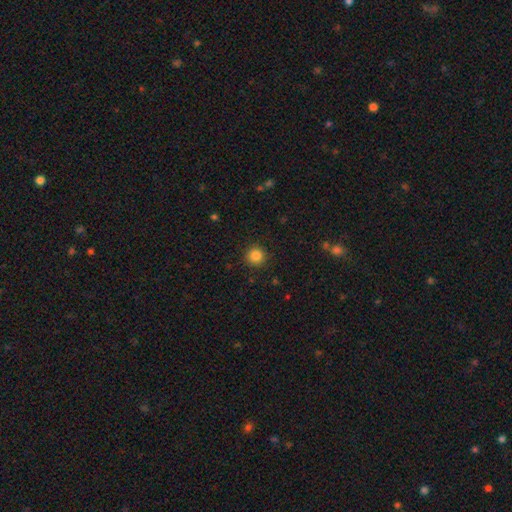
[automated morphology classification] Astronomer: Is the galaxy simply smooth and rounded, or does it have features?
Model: smooth — 85%.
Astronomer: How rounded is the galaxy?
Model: round — 94%.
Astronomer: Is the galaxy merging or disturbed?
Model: none — 91%.